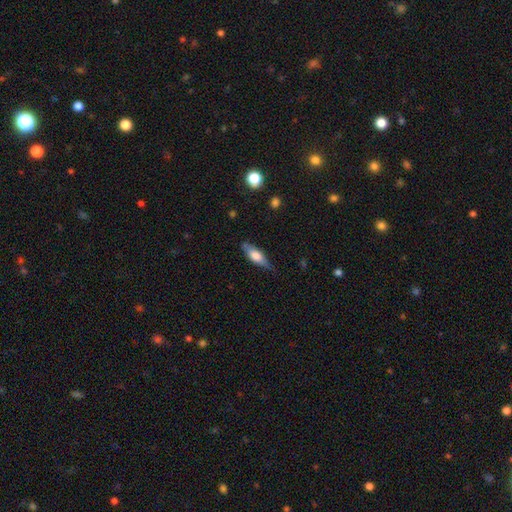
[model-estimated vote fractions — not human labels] Smooth or featured: smooth — 58% (featured or disk — 35%)
How rounded: in between — 57% (cigar-shaped — 40%)
Merging: none — 73% (minor disturbance — 21%)